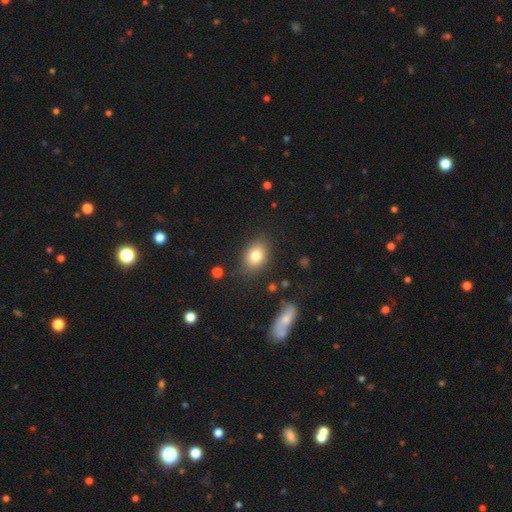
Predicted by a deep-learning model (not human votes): Smooth or featured? Predicted: smooth (p=0.80). How rounded? Predicted: in between (p=0.69). Merging? Predicted: none (p=0.81).